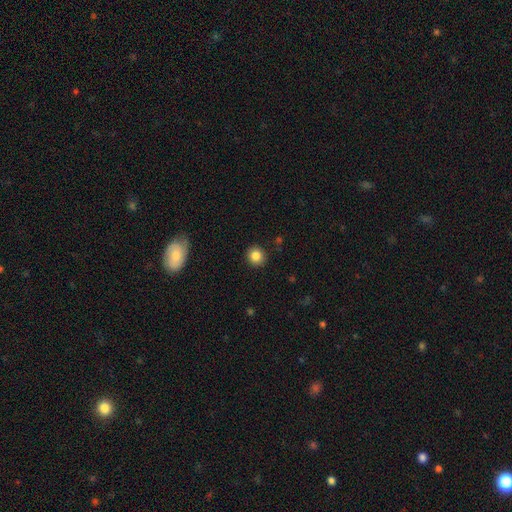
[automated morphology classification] Smooth or featured: smooth — 85% (star or artifact — 10%)
How rounded: round — 92% (in between — 7%)
Merging: none — 91% (minor disturbance — 6%)